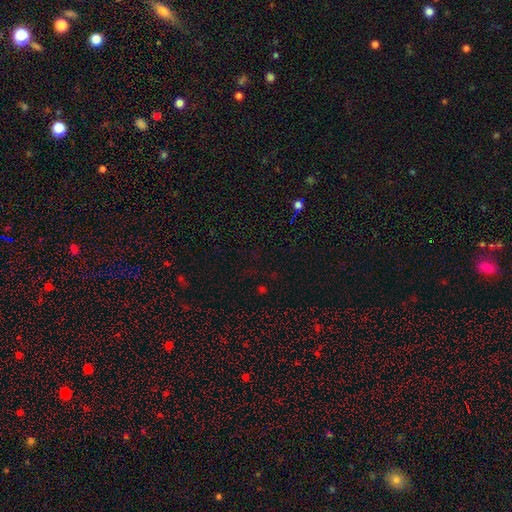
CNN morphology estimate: A star or artifact, not a galaxy (67%).